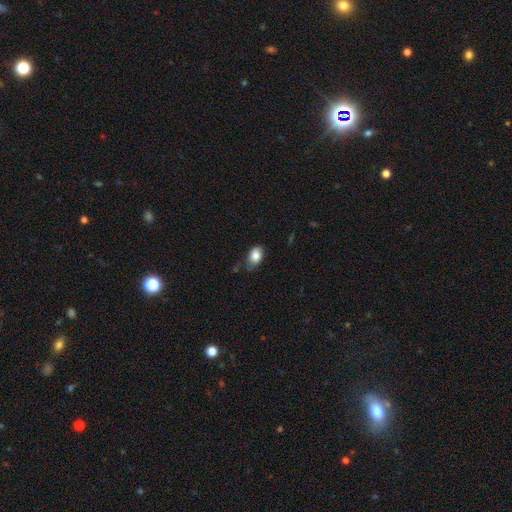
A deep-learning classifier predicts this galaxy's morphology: Smooth or featured? Predicted: smooth (p=0.81). How rounded? Predicted: in between (p=0.84). Merging? Predicted: none (p=0.54).